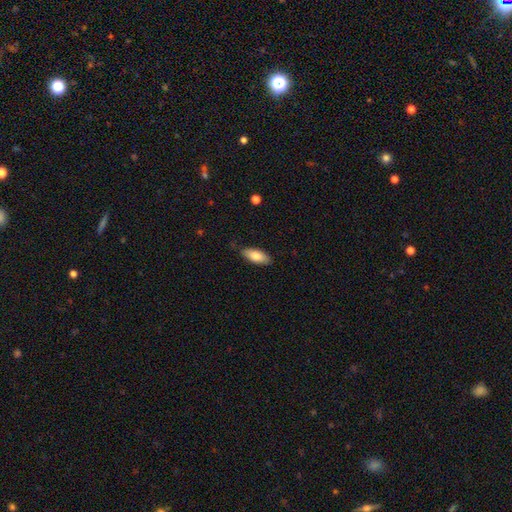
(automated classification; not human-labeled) smooth 81%, featured or disk 13%, star or artifact 6%. Down the decision tree: how rounded — in between (82%); merging — none (82%).